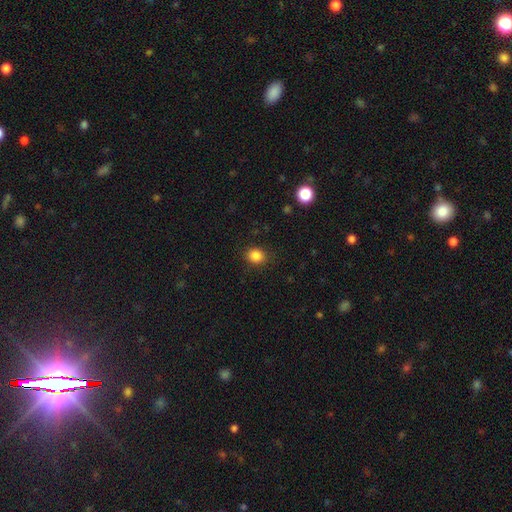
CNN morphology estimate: Smooth or featured? Predicted: smooth (p=0.85). How rounded? Predicted: round (p=0.69). Merging? Predicted: none (p=0.87).